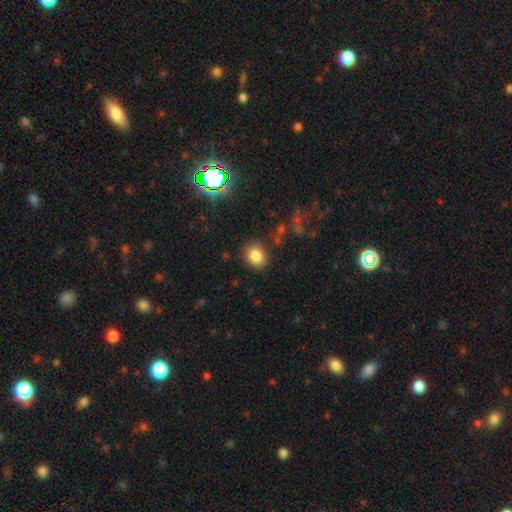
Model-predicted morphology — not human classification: This is clearly a smooth galaxy (84%). How rounded: likely round (65%). Merging: clearly none (83%).